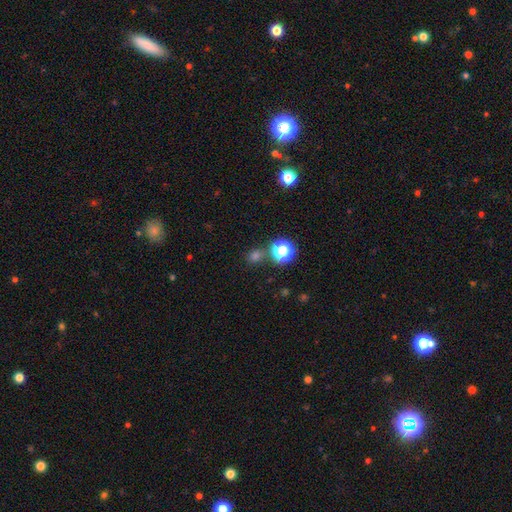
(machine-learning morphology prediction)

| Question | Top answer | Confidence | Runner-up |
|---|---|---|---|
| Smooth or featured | smooth | 62% | star or artifact (32%) |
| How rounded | round | 81% | in between (17%) |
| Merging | none | 75% | merger (12%) |